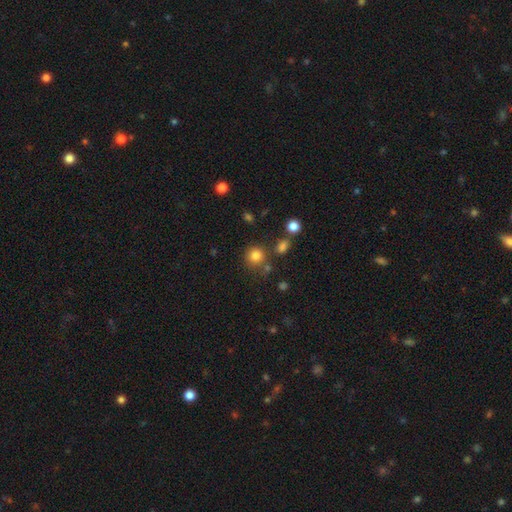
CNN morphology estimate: Q: Smooth or featured?
A: smooth (81%); runner-up: star or artifact (13%)
Q: How rounded?
A: round (90%); runner-up: in between (9%)
Q: Merging?
A: none (77%); runner-up: minor disturbance (10%)